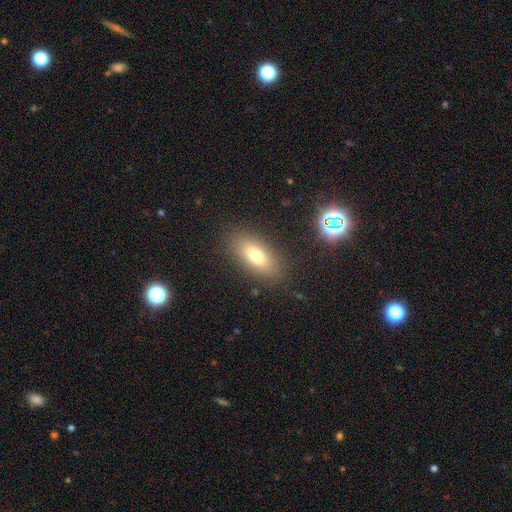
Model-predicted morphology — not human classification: This appears to be a smooth galaxy with no disk features (72%) that is in between round and cigar-shaped (83%). Merging: none (85%).